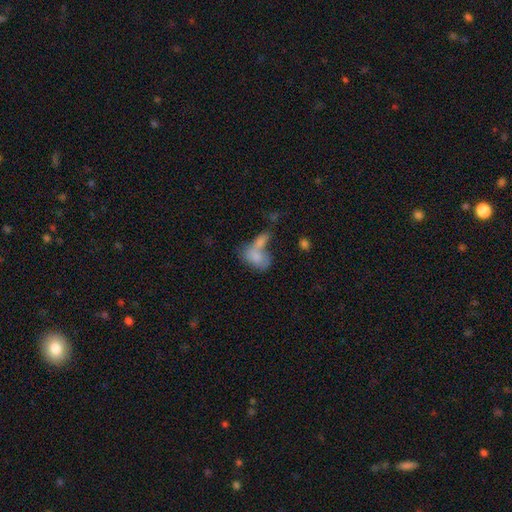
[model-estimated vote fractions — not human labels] Q: Smooth or featured?
A: smooth (77%); runner-up: featured or disk (15%)
Q: How rounded?
A: in between (87%); runner-up: round (10%)
Q: Merging?
A: merger (60%); runner-up: none (22%)